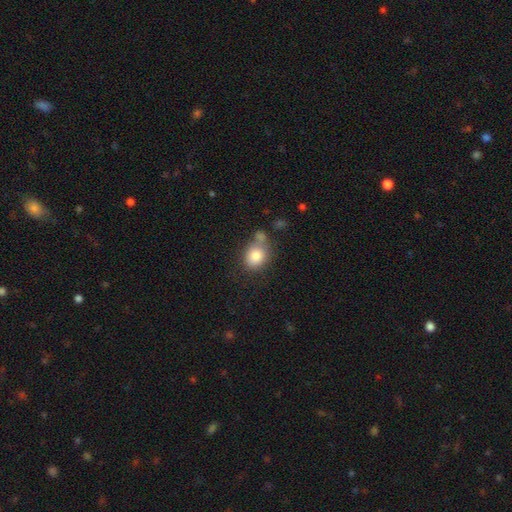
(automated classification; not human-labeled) This appears to be a smooth galaxy with no disk features (82%) that is round (50%). Merging: none (49%).